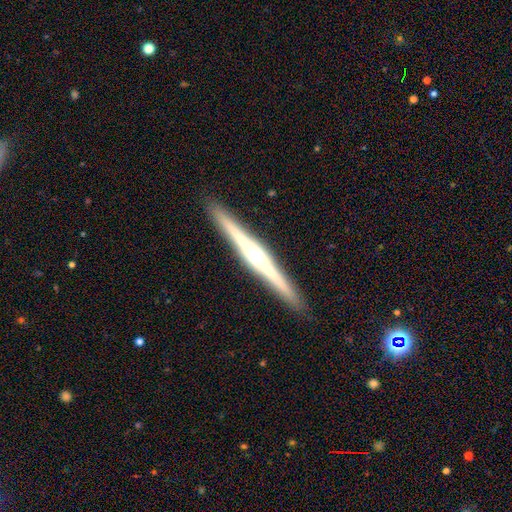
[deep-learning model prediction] The model was most divided on "smooth or featured": featured or disk: 80%, smooth: 15%, star or artifact: 5%. More confident: edge-on disk — yes (98%); merging — none (92%); edge-on bulge — rounded (82%).